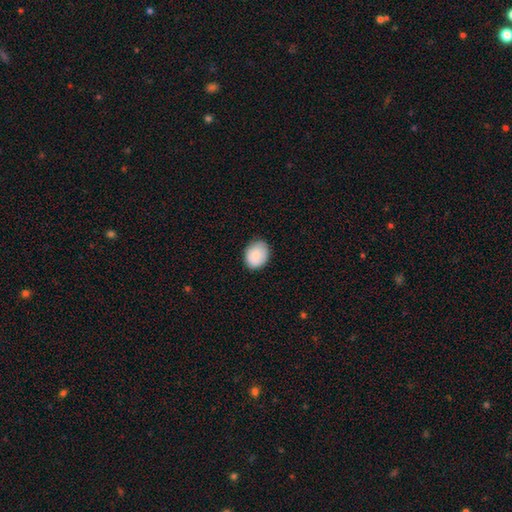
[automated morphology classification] smooth-or-featured: smooth: 86% | star or artifact: 7% | featured or disk: 7%
  how-rounded: in between: 55% | round: 44% | cigar-shaped: 1%
  merging: none: 79% | minor disturbance: 18% | major disturbance: 3% | merger: 1%